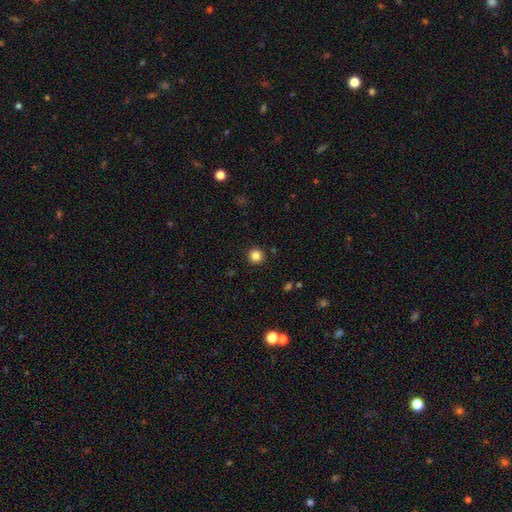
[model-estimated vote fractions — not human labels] smooth_or_featured: smooth (p=0.84) [alt: star or artifact p=0.12]
how_rounded: round (p=0.96) [alt: in between p=0.03]
merging: none (p=0.92) [alt: minor disturbance p=0.05]